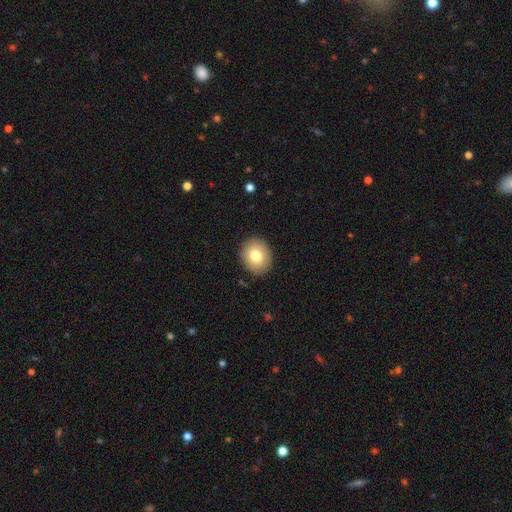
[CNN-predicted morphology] This is likely a smooth galaxy (78%). How rounded: likely round (63%). Merging: clearly none (89%).